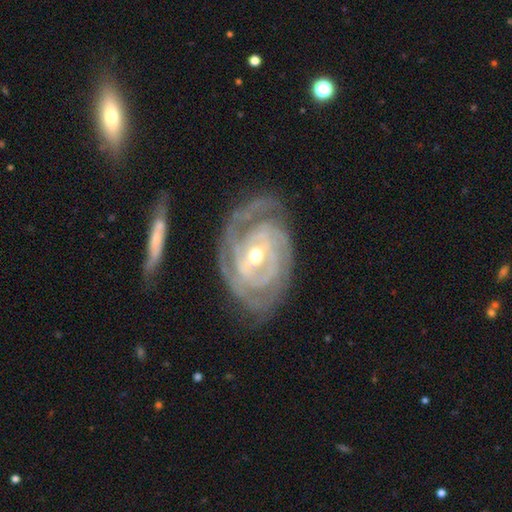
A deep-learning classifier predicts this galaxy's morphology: A featured or disk galaxy (90%) with a weak bar (38%, tied with no), 2 (28%) tight (77%) spiral arms (96%) and a moderate central bulge (63%).

Vote fractions:
- Smooth or featured? featured or disk: 90% / smooth: 5% / star or artifact: 4%
- Edge-on disk? no: 96% / yes: 4%
- Bar? weak: 38% (tied) / no: 38% (tied) / strong: 24%
- Spiral arms? yes: 96% / no: 4%
- Spiral winding? tight: 77% / medium: 19% / loose: 4%
- Spiral arm count? 2: 28% / 3: 27% / can't tell: 25% / 4: 9% / 1: 6% / more than 4: 5%
- Bulge size? moderate: 63% / small: 33% / large: 3% / none: 1% / dominant: 1%
- Merging? none: 67% / minor disturbance: 20% / major disturbance: 10% / merger: 3%